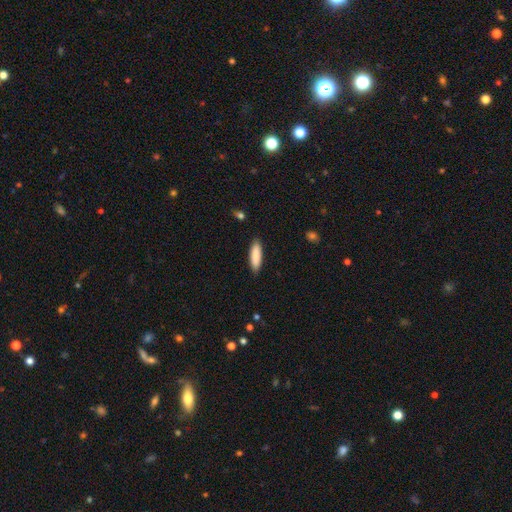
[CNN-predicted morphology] smooth_or_featured: smooth (p=0.88) [alt: featured or disk p=0.06]
how_rounded: cigar-shaped (p=0.53) [alt: in between p=0.46]
merging: none (p=0.88) [alt: minor disturbance p=0.09]